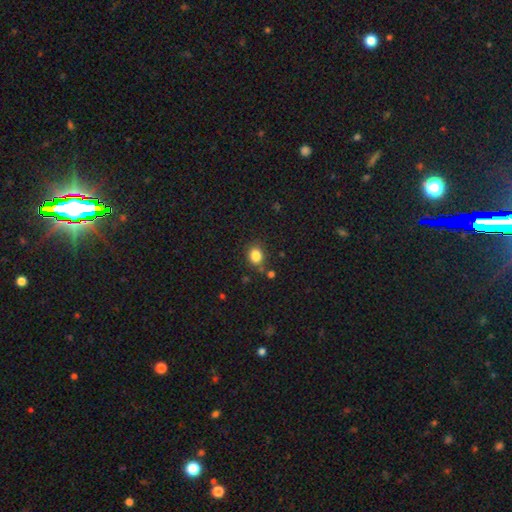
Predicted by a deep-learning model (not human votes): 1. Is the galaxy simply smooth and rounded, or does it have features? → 84% smooth, 11% star or artifact, 5% featured or disk.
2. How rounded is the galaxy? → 60% round, 39% in between, 1% cigar-shaped.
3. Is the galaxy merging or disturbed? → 78% none, 12% minor disturbance, 6% merger, 3% major disturbance.